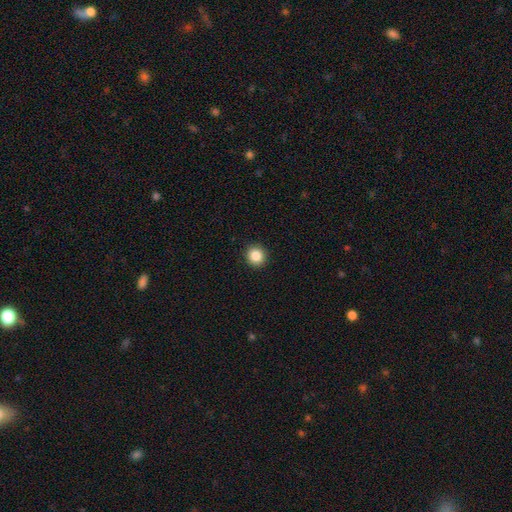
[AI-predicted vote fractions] A smooth galaxy with no disk features (86%) that is round (91%).

Vote fractions:
- Smooth or featured? smooth: 86% / star or artifact: 10% / featured or disk: 4%
- How rounded? round: 91% / in between: 8% / cigar-shaped: 1%
- Merging? none: 93% / minor disturbance: 5% / major disturbance: 2% / merger: 1%